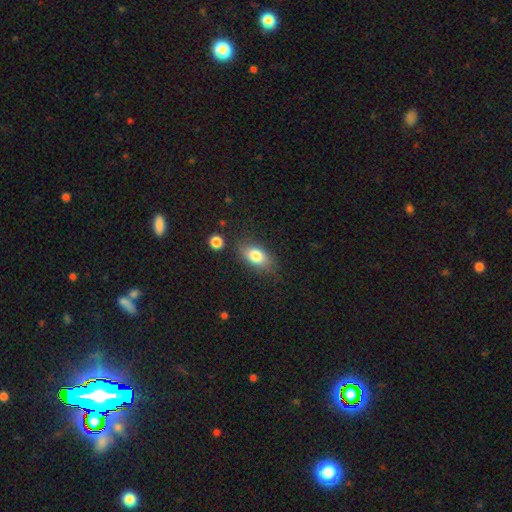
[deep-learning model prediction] Smooth or featured? smooth (80%)
How rounded? in between (87%)
Merging? none (76%)